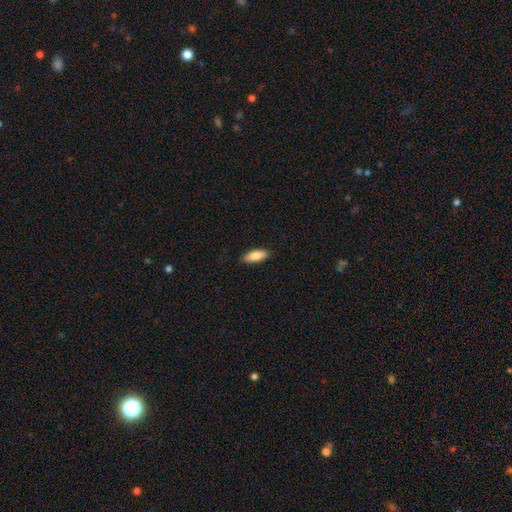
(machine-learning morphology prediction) Smooth or featured?
  - smooth: 85% *
  - featured or disk: 9%
  - star or artifact: 6%
How rounded?
  - in between: 74% *
  - cigar-shaped: 24%
  - round: 2%
Merging?
  - none: 88% *
  - minor disturbance: 9%
  - major disturbance: 2%
  - merger: 1%